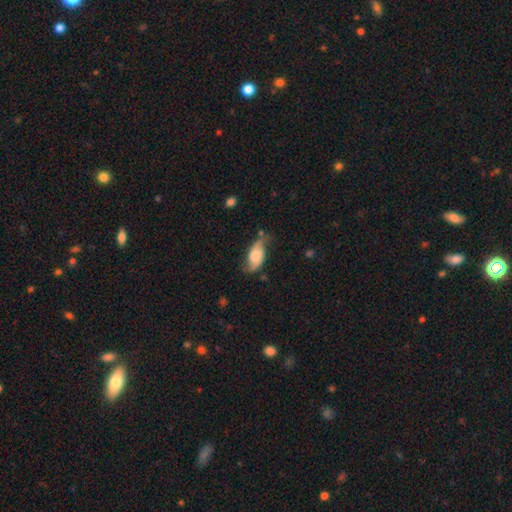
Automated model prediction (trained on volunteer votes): Smooth or featured?
  - featured or disk: 56% *
  - smooth: 36%
  - star or artifact: 7%
Edge-on disk?
  - no: 89% *
  - yes: 11%
Merging?
  - none: 54% *
  - minor disturbance: 29%
  - major disturbance: 12%
  - merger: 5%